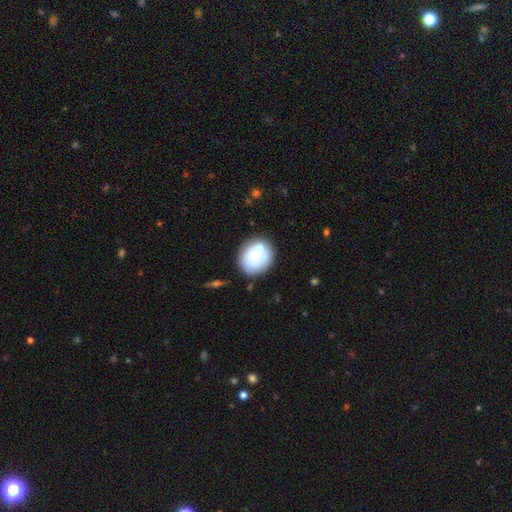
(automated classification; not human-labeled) A smooth galaxy with no disk features (56%) that is round (65%). Merging: none (66%).